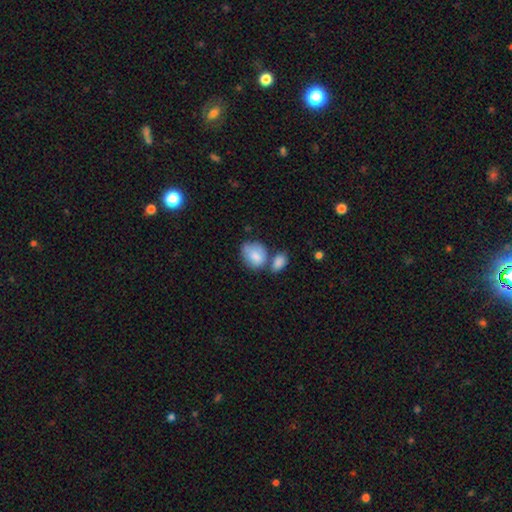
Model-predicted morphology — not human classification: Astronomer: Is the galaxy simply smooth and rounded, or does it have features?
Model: smooth — 80%.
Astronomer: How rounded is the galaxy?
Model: in between — 60% (runner-up: round, 39%).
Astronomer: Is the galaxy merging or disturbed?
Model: merger — 39% (runner-up: none, 36%).